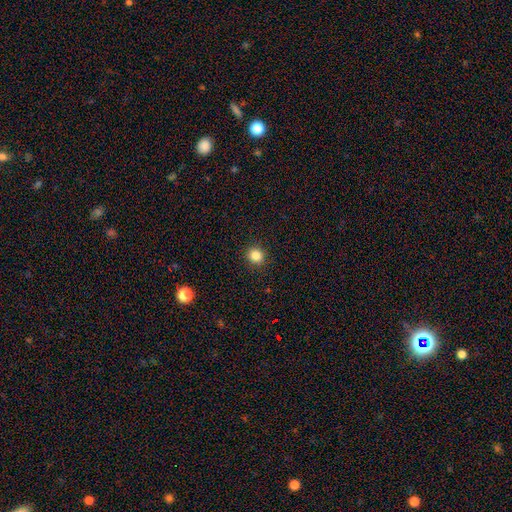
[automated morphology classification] smooth 85%, star or artifact 11%, featured or disk 4%. Down the decision tree: how rounded — round (89%); merging — none (92%).